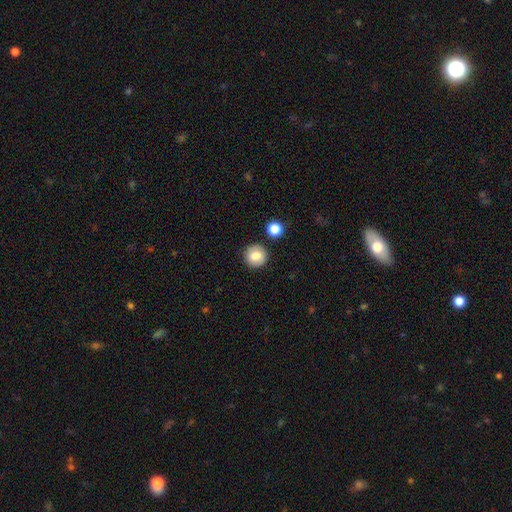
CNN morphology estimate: Smooth or featured: smooth — 82% (featured or disk — 9%)
How rounded: round — 94% (in between — 5%)
Merging: none — 88% (minor disturbance — 6%)